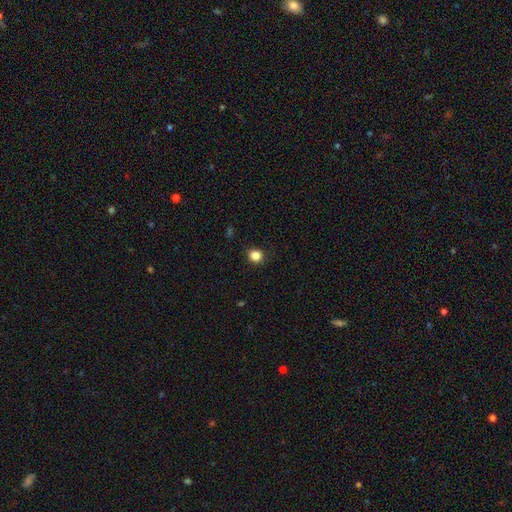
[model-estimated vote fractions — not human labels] Smooth or featured: smooth — 84% (star or artifact — 12%)
How rounded: round — 83% (in between — 16%)
Merging: none — 89% (minor disturbance — 8%)